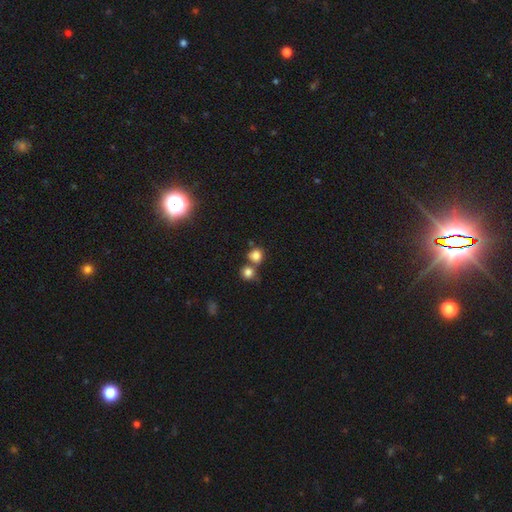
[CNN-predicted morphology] A smooth galaxy with no disk features (80%) that is round (84%).

Vote fractions:
- Smooth or featured? smooth: 80% / star or artifact: 12% / featured or disk: 7%
- How rounded? round: 84% / in between: 15% / cigar-shaped: 1%
- Merging? none: 52% / merger: 35% / minor disturbance: 9% / major disturbance: 4%